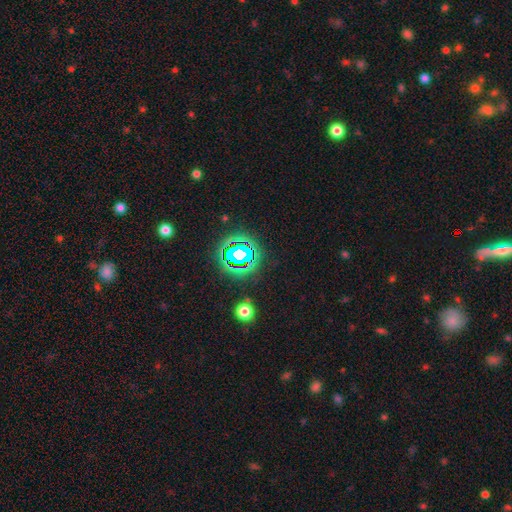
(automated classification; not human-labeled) Smooth or featured? Predicted: star or artifact (p=0.76).